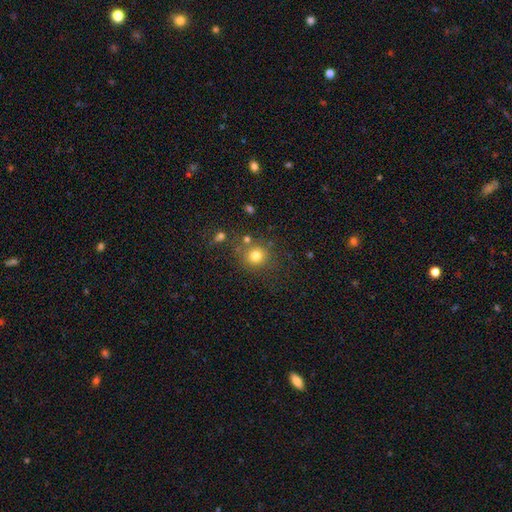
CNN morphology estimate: A smooth galaxy with no disk features (77%) that is round (89%).

Vote fractions:
- Smooth or featured? smooth: 77% / star or artifact: 15% / featured or disk: 8%
- How rounded? round: 89% / in between: 10% / cigar-shaped: 1%
- Merging? none: 76% / minor disturbance: 11% / merger: 9% / major disturbance: 5%